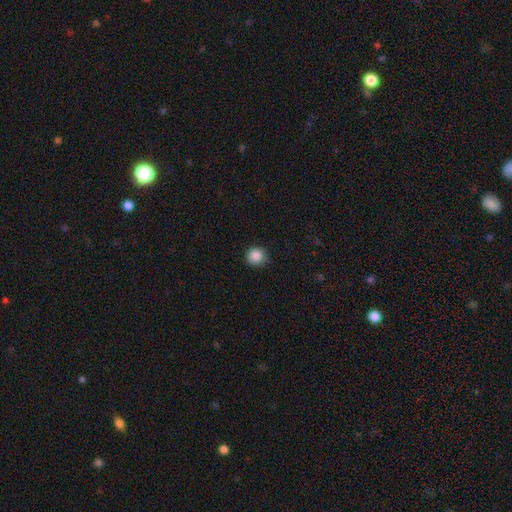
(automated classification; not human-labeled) This is clearly a smooth galaxy (87%). How rounded: clearly round (93%). Merging: clearly none (86%).